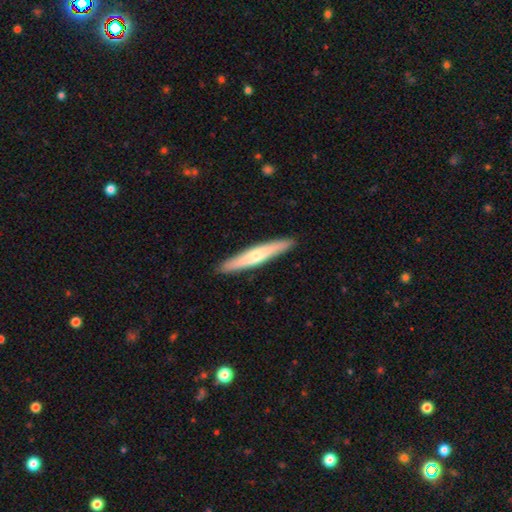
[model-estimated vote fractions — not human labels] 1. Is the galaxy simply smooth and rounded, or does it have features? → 53% smooth, 42% featured or disk, 5% star or artifact.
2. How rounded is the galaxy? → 93% cigar-shaped, 5% in between, 1% round.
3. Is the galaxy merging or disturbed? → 91% none, 6% minor disturbance, 1% major disturbance, 1% merger.